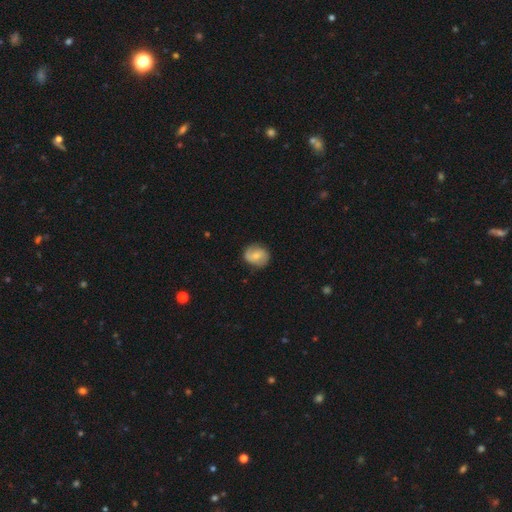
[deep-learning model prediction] smooth_or_featured: smooth (p=0.54) [alt: featured or disk p=0.38]
how_rounded: round (p=0.67) [alt: in between p=0.32]
merging: none (p=0.78) [alt: minor disturbance p=0.16]